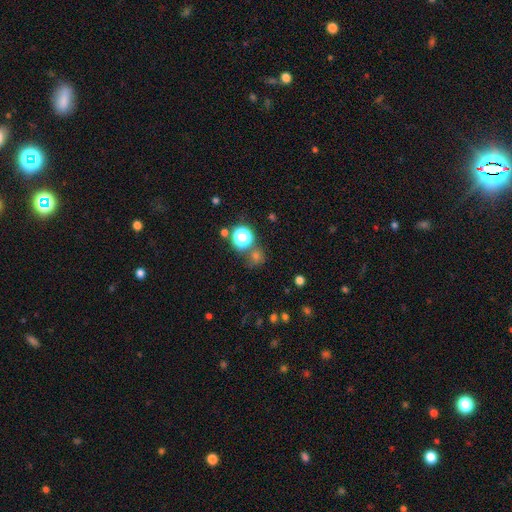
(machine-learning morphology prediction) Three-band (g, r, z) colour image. It shows a smooth galaxy with no disk features (47%). Merging: none (70%).